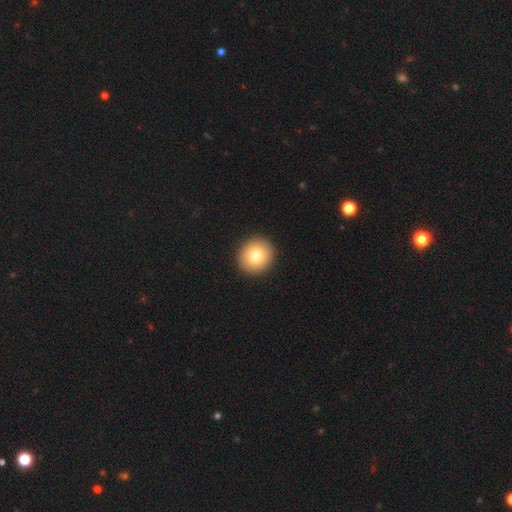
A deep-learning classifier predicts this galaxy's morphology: type=smooth (79%); roundness=round (92%); merging=none (93%).